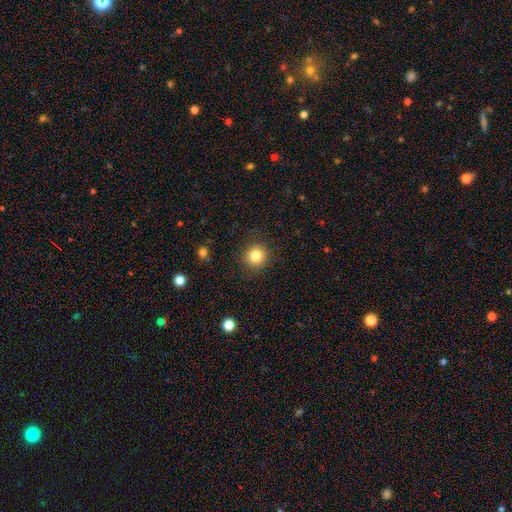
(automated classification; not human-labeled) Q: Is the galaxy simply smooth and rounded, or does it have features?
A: smooth — 83%.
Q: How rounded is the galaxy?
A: round — 91%.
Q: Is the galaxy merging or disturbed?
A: none — 89%.